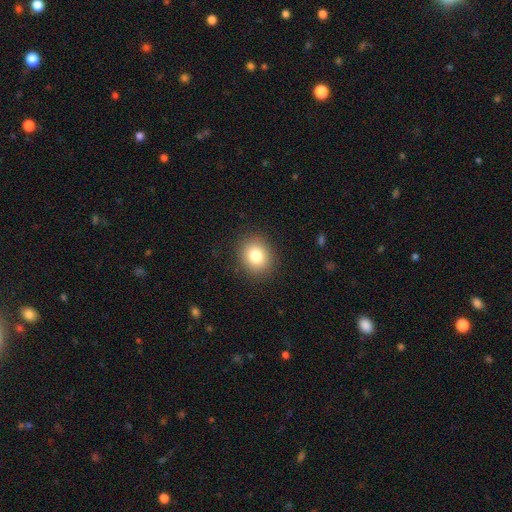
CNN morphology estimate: type=smooth (81%); roundness=round (71%); merging=none (89%).